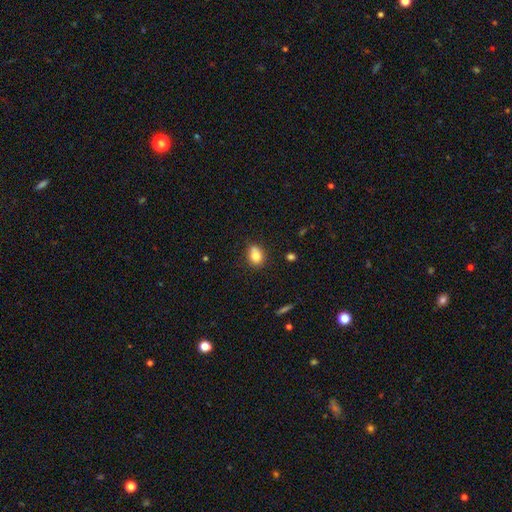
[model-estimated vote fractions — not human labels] Smooth or featured? Predicted: smooth (p=0.79). How rounded? Predicted: in between (p=0.56). Merging? Predicted: none (p=0.59).